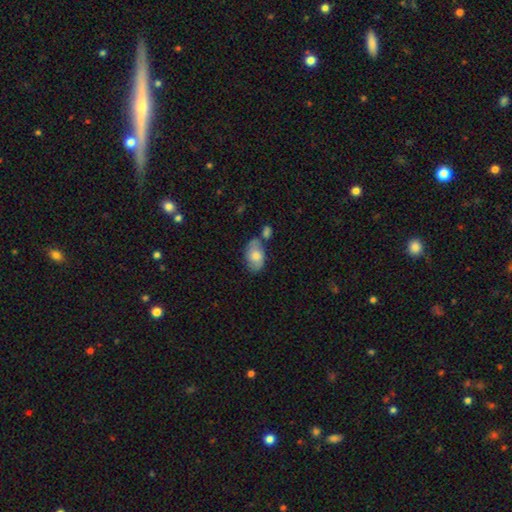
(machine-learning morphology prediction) This appears to be a smooth galaxy with no disk features (69%) that is in between round and cigar-shaped (90%). Merging: none (53%).